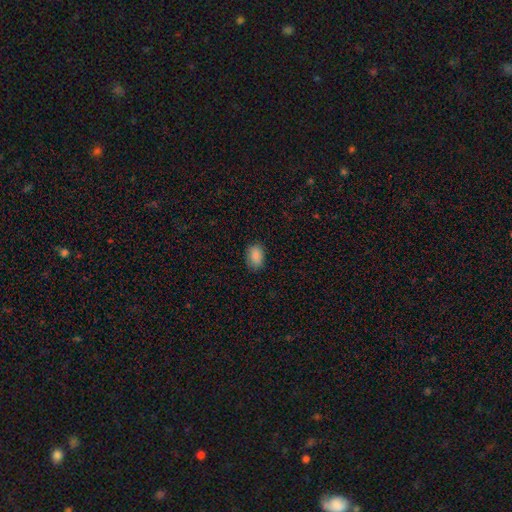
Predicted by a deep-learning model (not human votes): smooth-or-featured: smooth: 87% | star or artifact: 8% | featured or disk: 5%
  how-rounded: in between: 81% | round: 18% | cigar-shaped: 1%
  merging: none: 78% | minor disturbance: 17% | major disturbance: 4% | merger: 1%